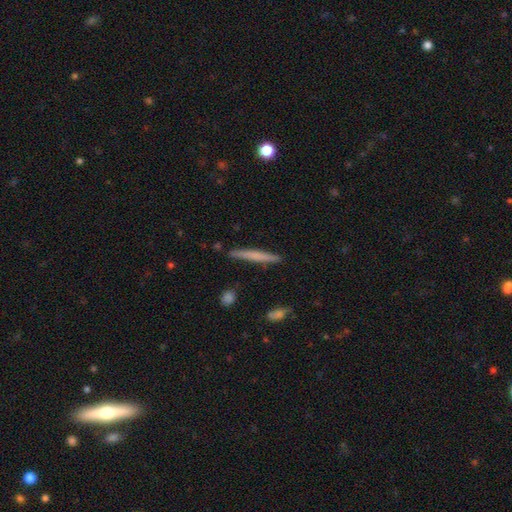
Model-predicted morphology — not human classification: smooth_or_featured: smooth (p=0.59) [alt: featured or disk p=0.35]
how_rounded: cigar-shaped (p=0.96) [alt: in between p=0.02]
merging: none (p=0.89) [alt: minor disturbance p=0.08]